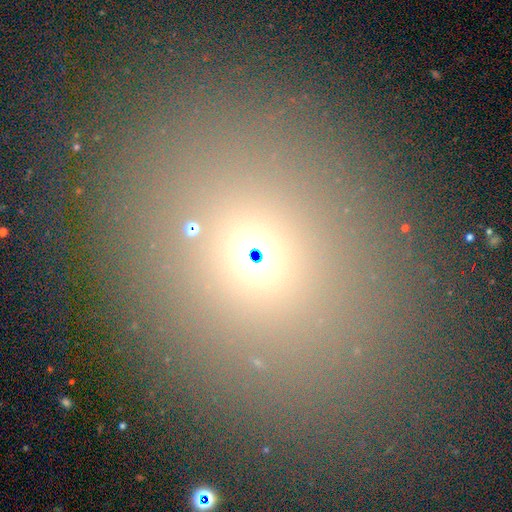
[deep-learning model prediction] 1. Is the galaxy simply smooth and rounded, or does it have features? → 57% smooth, 33% star or artifact, 10% featured or disk.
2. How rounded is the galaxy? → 62% round, 35% in between, 4% cigar-shaped.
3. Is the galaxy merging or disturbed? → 79% none, 9% minor disturbance, 7% merger, 5% major disturbance.